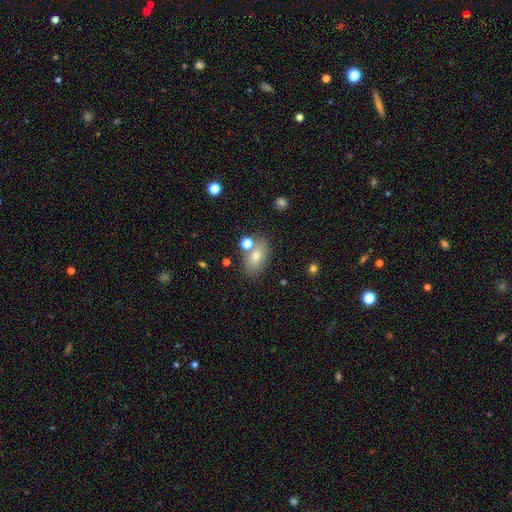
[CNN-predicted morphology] A smooth galaxy with no disk features (75%) that is in between round and cigar-shaped (87%). Merging: none (71%).